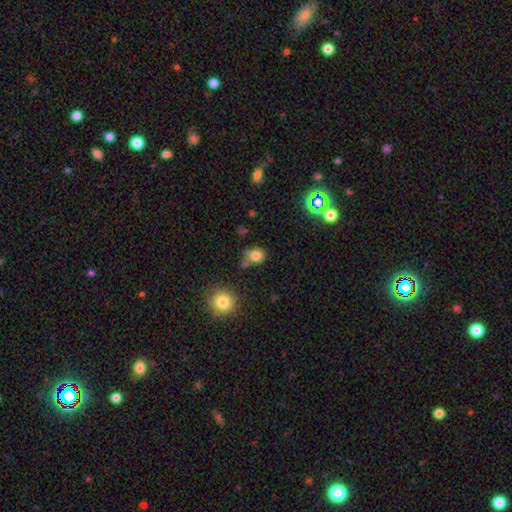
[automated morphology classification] Smooth or featured? smooth (79%)
How rounded? round (71%)
Merging? none (56%)